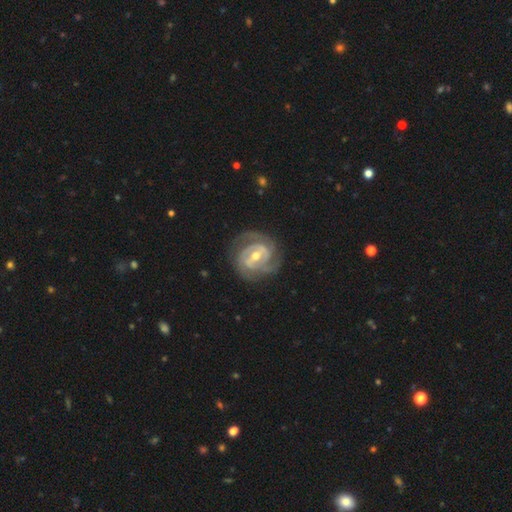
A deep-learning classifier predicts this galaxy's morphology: This is clearly a featured or disk galaxy (90%). It is clearly not viewed edge-on (98%). Bar: possibly weak (45%). Spiral arm pattern: clearly yes (97%). Spiral arm count: marginally 2 (44%). Spiral winding: likely tight (64%). Central bulge: likely moderate (64%). Merging: likely none (76%).